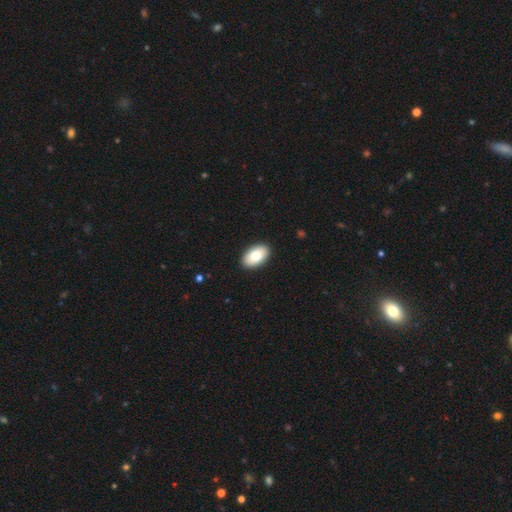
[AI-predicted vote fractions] This appears to be a smooth galaxy with no disk features (80%) that is in between round and cigar-shaped (94%). Merging: none (91%).